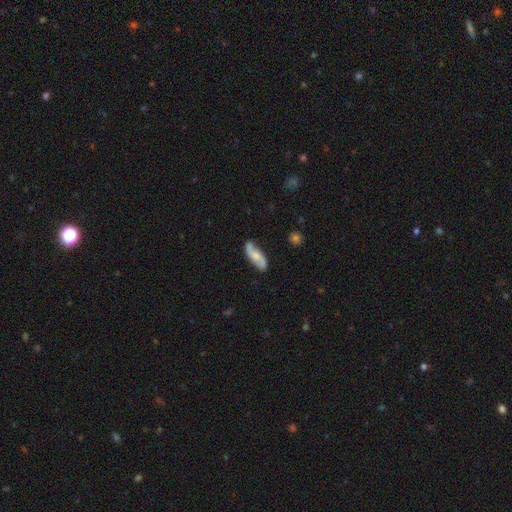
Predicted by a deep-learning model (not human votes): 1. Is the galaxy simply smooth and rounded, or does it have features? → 53% featured or disk, 41% smooth, 6% star or artifact.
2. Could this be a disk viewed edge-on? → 87% no, 13% yes.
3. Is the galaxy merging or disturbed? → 78% none, 17% minor disturbance, 4% major disturbance, 2% merger.